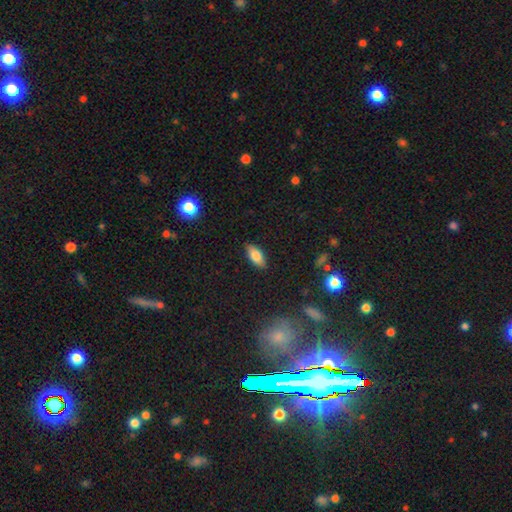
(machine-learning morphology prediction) smooth 78%, featured or disk 15%, star or artifact 8%. Down the decision tree: how rounded — in between (85%); merging — none (87%).